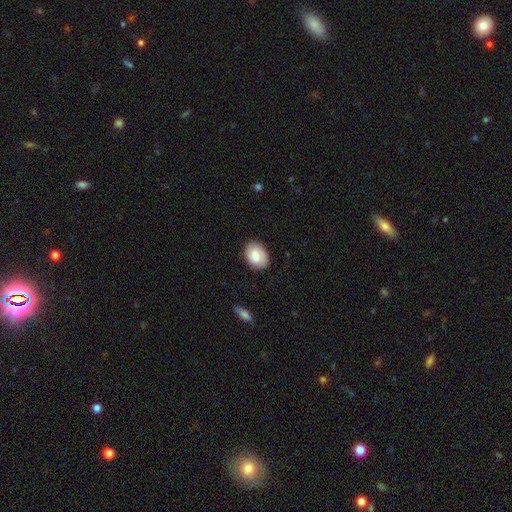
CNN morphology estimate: Smooth or featured?
  - smooth: 73% *
  - featured or disk: 20%
  - star or artifact: 7%
How rounded?
  - in between: 70% *
  - round: 29%
  - cigar-shaped: 1%
Merging?
  - none: 79% *
  - minor disturbance: 16%
  - major disturbance: 4%
  - merger: 1%